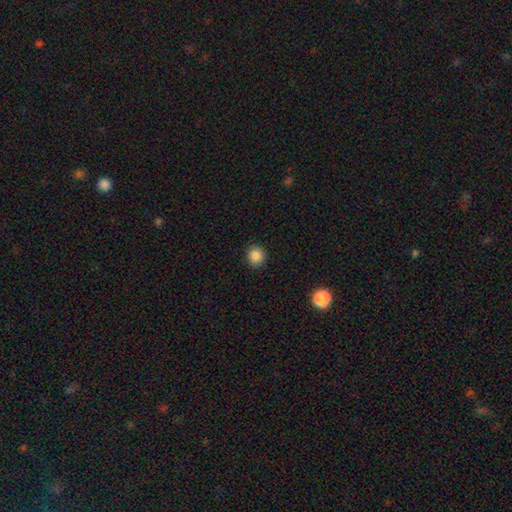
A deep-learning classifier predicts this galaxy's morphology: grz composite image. It shows a smooth galaxy with no disk features (87%) that is round (89%). Merging: none (91%).